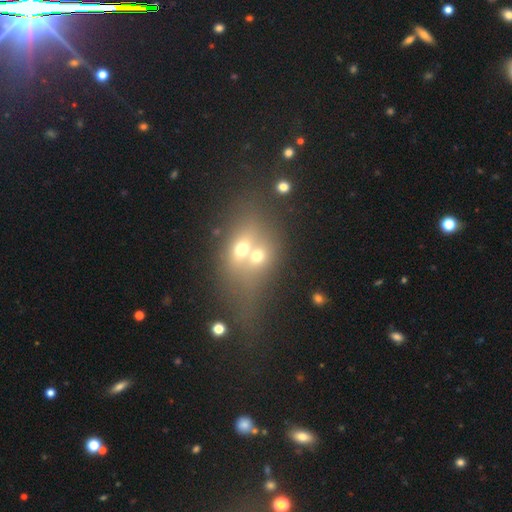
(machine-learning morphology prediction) Q: Smooth or featured?
A: smooth (54%); runner-up: featured or disk (30%)
Q: How rounded?
A: in between (58%); runner-up: round (37%)
Q: Merging?
A: merger (69%); runner-up: none (18%)